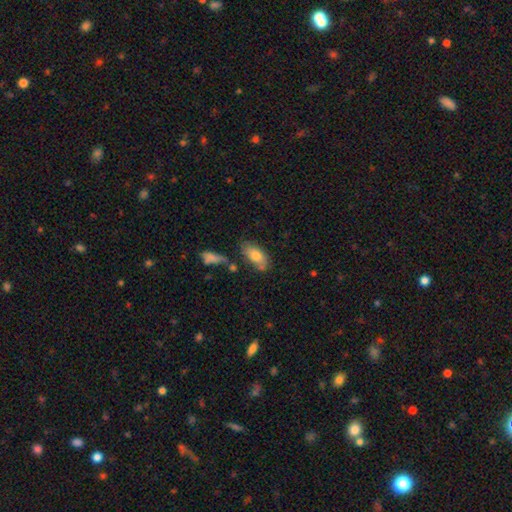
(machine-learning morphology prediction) type=smooth (73%); roundness=in between (88%); merging=none (61%).